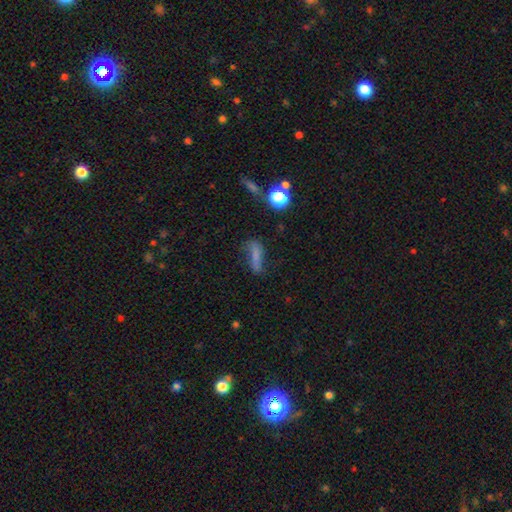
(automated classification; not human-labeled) smooth 61%, featured or disk 24%, star or artifact 14%. Down the decision tree: how rounded — cigar-shaped (53%); merging — none (49%).